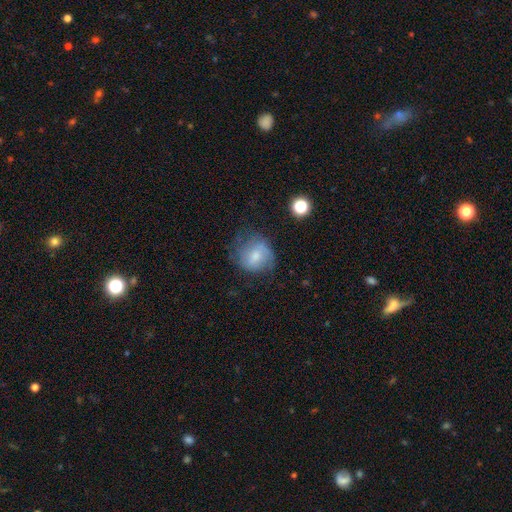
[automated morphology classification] Smooth or featured?
  - smooth: 56% *
  - featured or disk: 35%
  - star or artifact: 9%
How rounded?
  - round: 72% *
  - in between: 27%
  - cigar-shaped: 1%
Merging?
  - none: 51% *
  - minor disturbance: 28%
  - major disturbance: 19%
  - merger: 2%